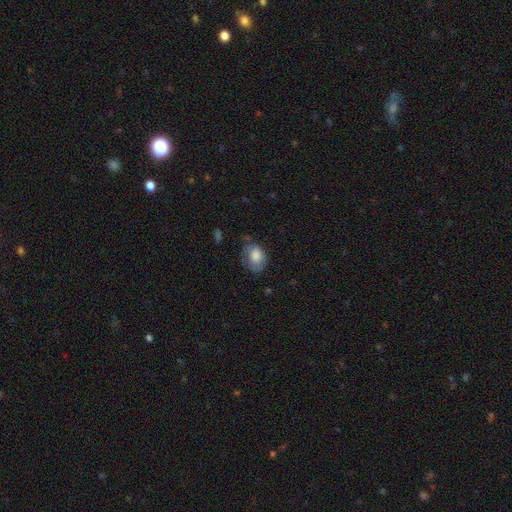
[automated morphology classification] smooth-or-featured: smooth: 76% | featured or disk: 17% | star or artifact: 7%
  how-rounded: in between: 71% | round: 27% | cigar-shaped: 1%
  merging: none: 52% | minor disturbance: 32% | major disturbance: 14% | merger: 2%